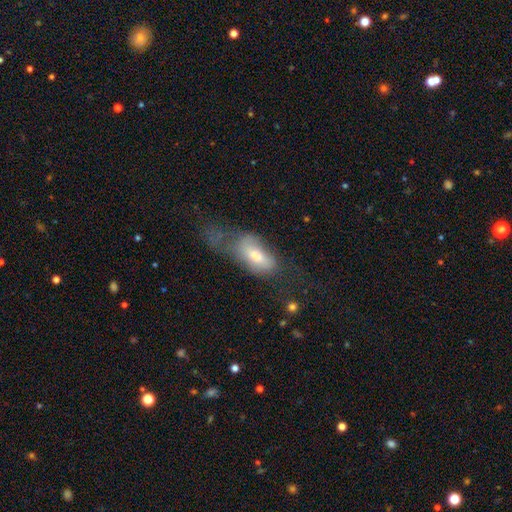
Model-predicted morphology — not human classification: This is likely a smooth galaxy (67%). How rounded: clearly in between (88%). Merging: possibly major disturbance (51%).